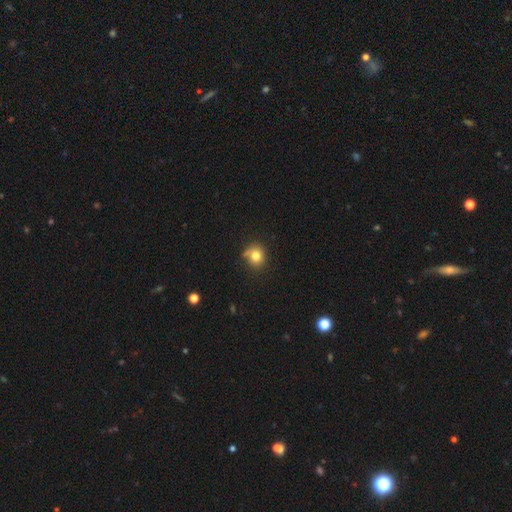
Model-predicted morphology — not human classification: smooth 79%, star or artifact 12%, featured or disk 10%. Down the decision tree: how rounded — round (84%); merging — none (66%).